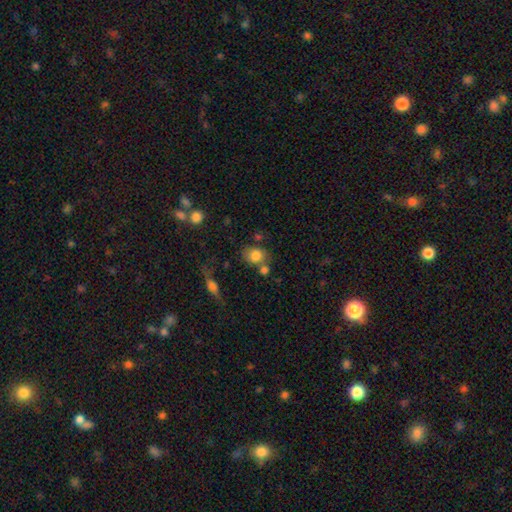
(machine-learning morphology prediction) This is clearly a smooth galaxy (80%). How rounded: possibly round (52%). Merging: possibly none (59%).